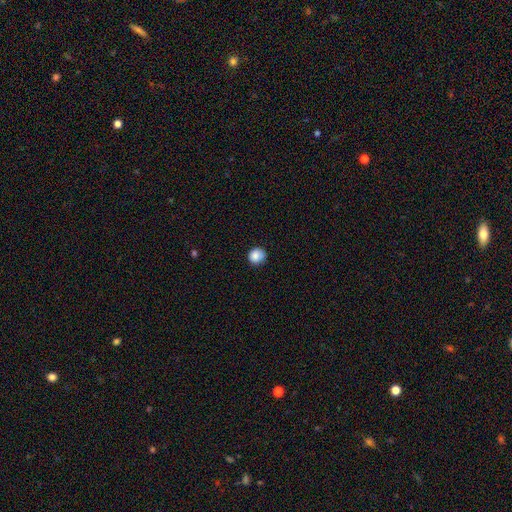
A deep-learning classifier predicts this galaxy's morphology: smooth 85%, star or artifact 9%, featured or disk 6%. Down the decision tree: how rounded — round (85%); merging — none (76%).